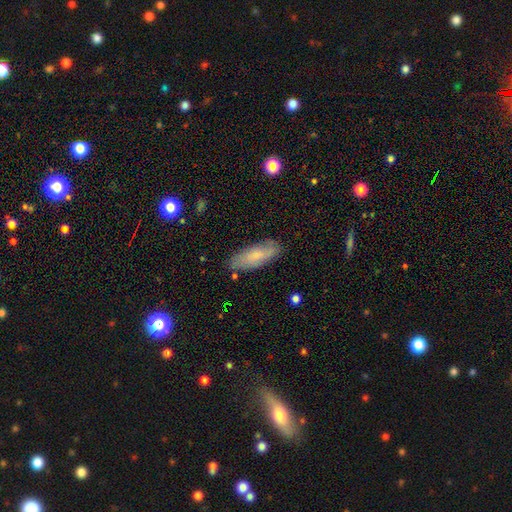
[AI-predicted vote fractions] The model was most divided on "how rounded": in between: 65%, cigar-shaped: 33%, round: 2%. More confident: merging — none (80%); smooth or featured — smooth (64%).